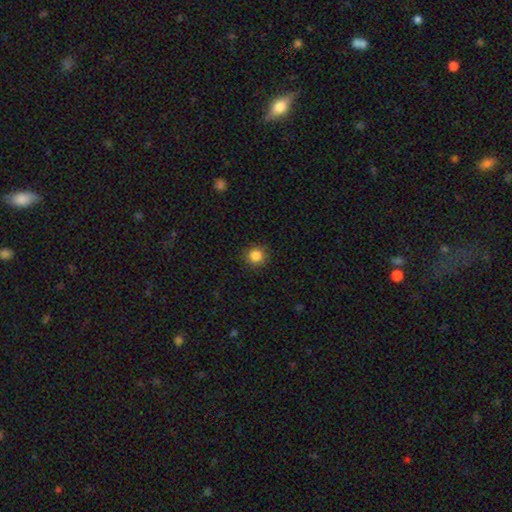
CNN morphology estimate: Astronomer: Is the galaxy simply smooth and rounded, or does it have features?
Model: smooth — 86%.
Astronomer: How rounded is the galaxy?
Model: round — 93%.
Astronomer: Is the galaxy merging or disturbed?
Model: none — 89%.